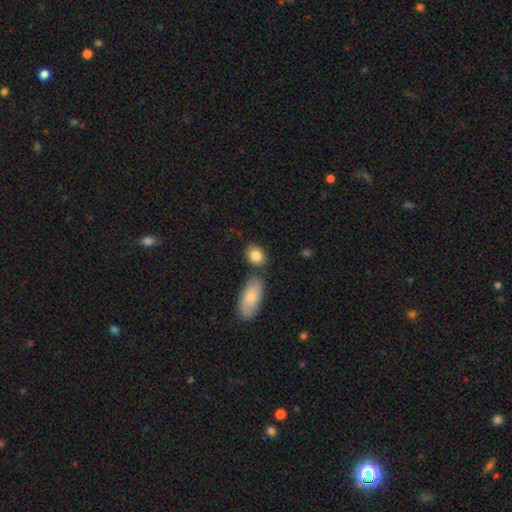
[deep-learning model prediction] Smooth or featured? smooth (84%)
How rounded? in between (60%)
Merging? none (71%)